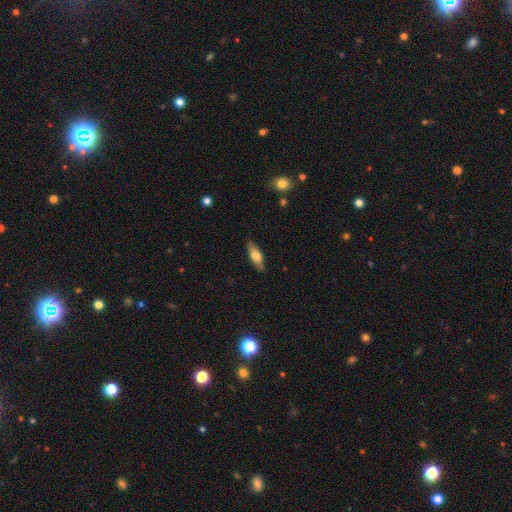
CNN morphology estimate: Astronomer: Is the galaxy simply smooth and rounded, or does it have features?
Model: smooth — 62%.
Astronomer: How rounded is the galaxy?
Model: in between — 62%.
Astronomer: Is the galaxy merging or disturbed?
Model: none — 85%.